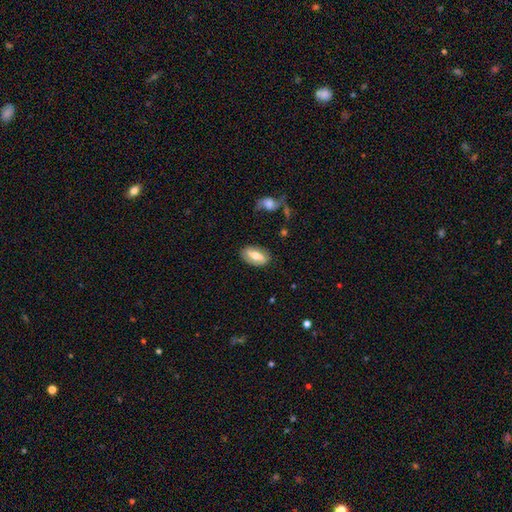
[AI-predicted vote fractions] Smooth or featured: smooth — 48% (featured or disk — 46%)
Merging: none — 80% (minor disturbance — 14%)